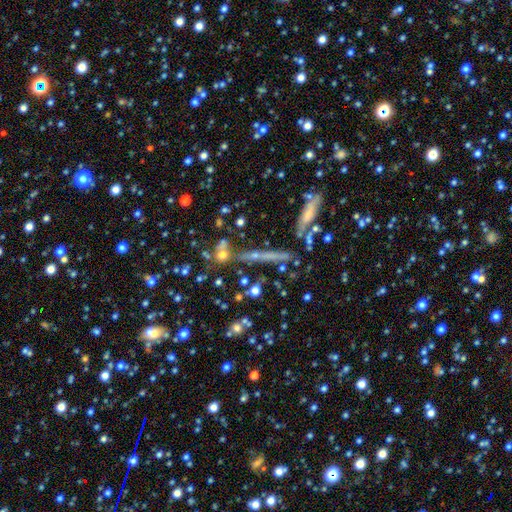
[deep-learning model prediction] This appears to be a star or artifact, not a galaxy (40%).